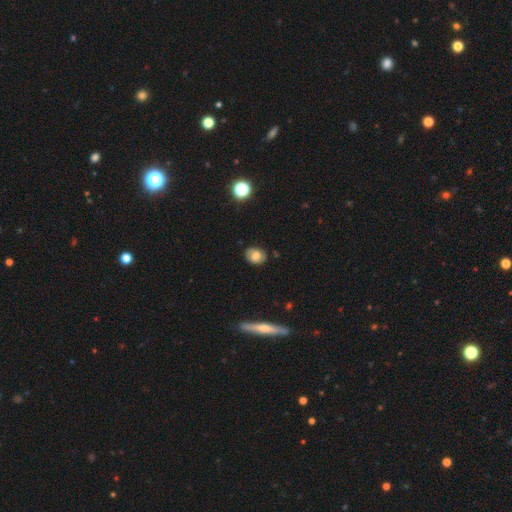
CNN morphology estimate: Smooth or featured: smooth — 70% (featured or disk — 21%)
How rounded: in between — 60% (round — 39%)
Merging: none — 82% (minor disturbance — 14%)